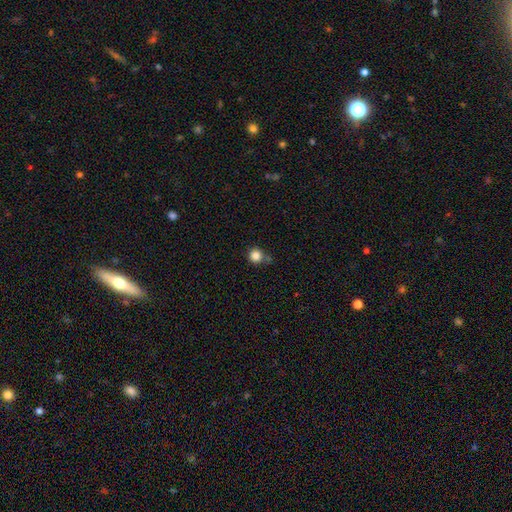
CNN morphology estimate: type=smooth (84%); roundness=round (93%); merging=none (70%).